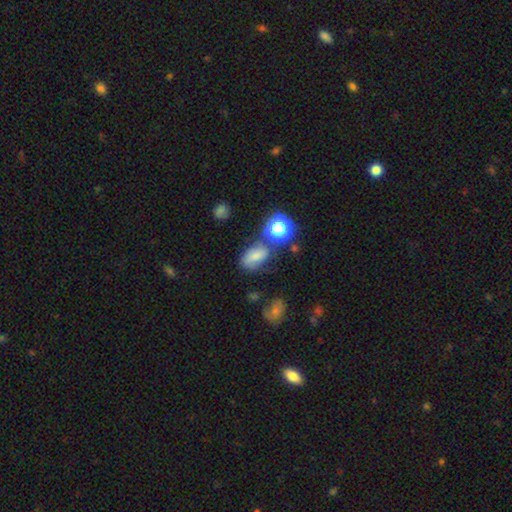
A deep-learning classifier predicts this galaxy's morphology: Smooth or featured: smooth — 61% (featured or disk — 20%)
How rounded: in between — 81% (round — 17%)
Merging: none — 53% (minor disturbance — 24%)